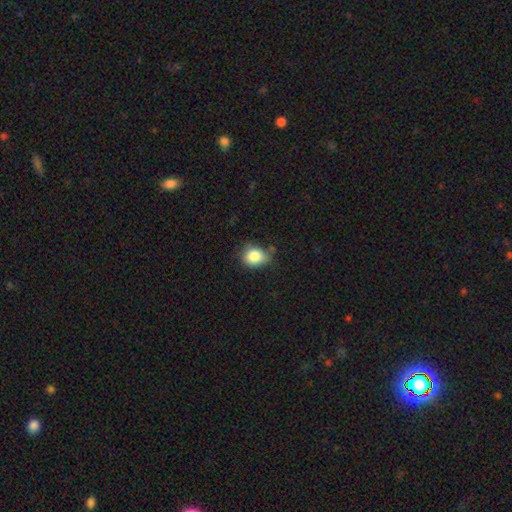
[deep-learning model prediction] This is clearly a smooth galaxy (85%). How rounded: possibly round (54%). Merging: possibly none (57%).